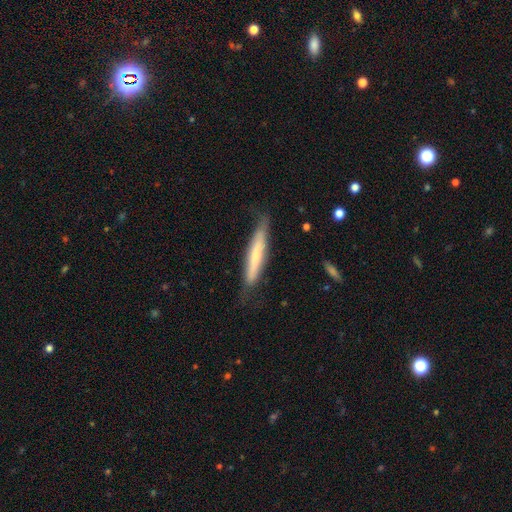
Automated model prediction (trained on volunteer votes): Overall: smooth (56%; featured or disk 38%). How rounded: cigar-shaped (92%). Merging: none (71%).